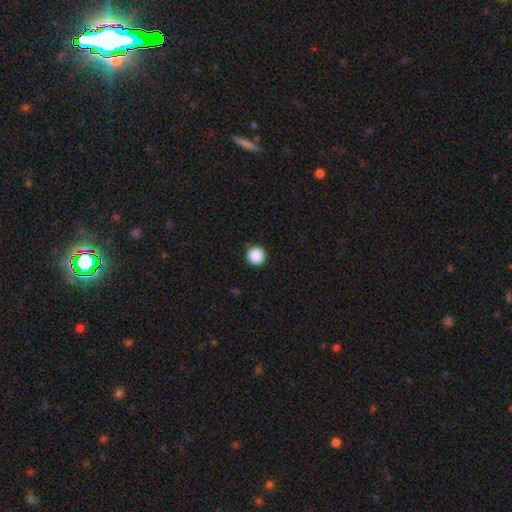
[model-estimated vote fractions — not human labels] Morphology: type=smooth (89%); roundness=round (97%); merging=none (90%).